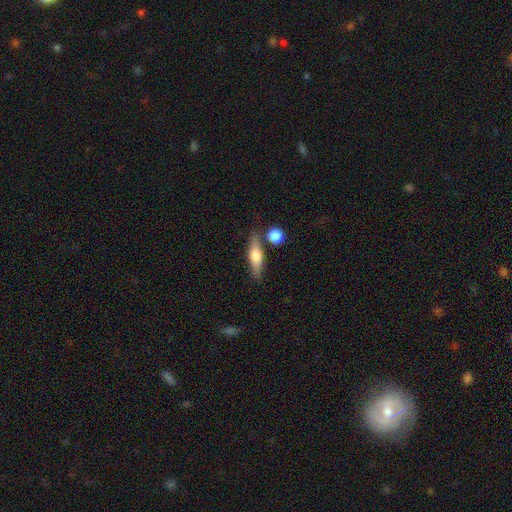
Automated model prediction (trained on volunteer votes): Overall: smooth (50%; featured or disk 43%). Merging: none (75%).